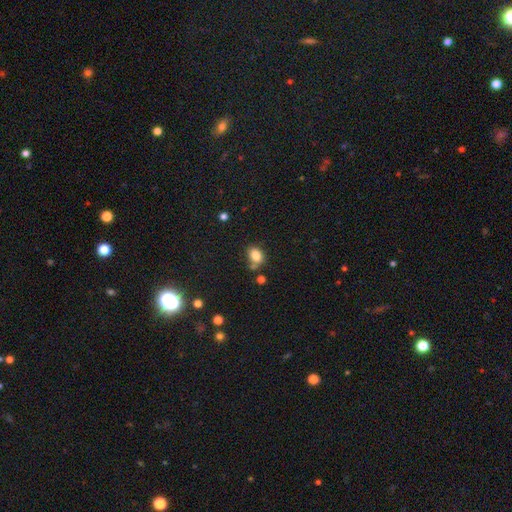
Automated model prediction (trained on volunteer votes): smooth 82%, star or artifact 11%, featured or disk 7%. Down the decision tree: how rounded — in between (65%); merging — none (61%).